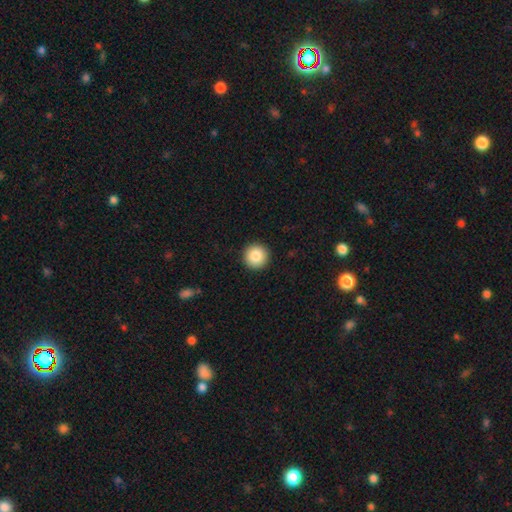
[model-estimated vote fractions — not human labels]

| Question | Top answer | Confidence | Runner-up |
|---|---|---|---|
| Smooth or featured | smooth | 85% | star or artifact (9%) |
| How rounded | round | 96% | in between (3%) |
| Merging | none | 94% | minor disturbance (4%) |